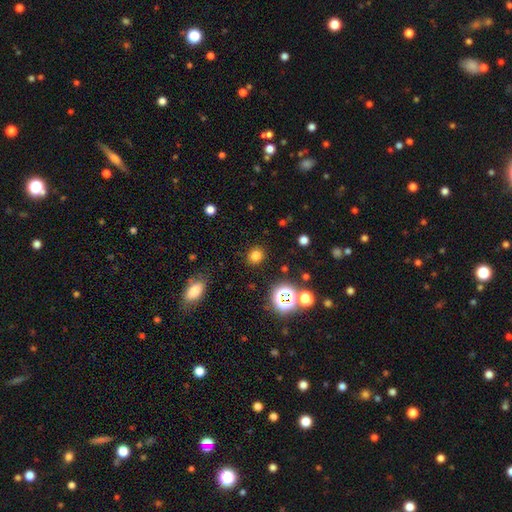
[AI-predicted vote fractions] smooth 75%, star or artifact 20%, featured or disk 6%. Down the decision tree: how rounded — round (75%); merging — none (88%).